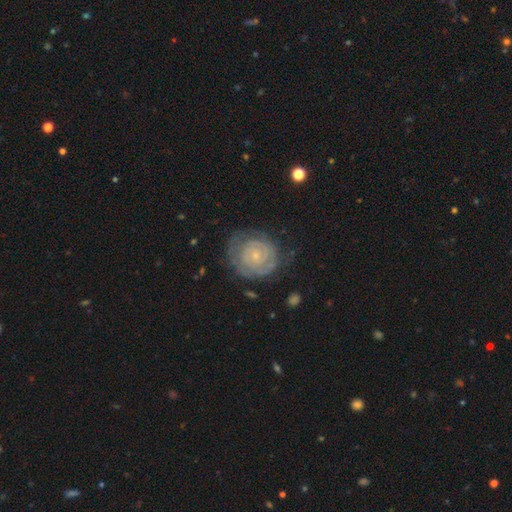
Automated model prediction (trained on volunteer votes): Q: Smooth or featured?
A: featured or disk (72%); runner-up: smooth (21%)
Q: Edge-on disk?
A: no (98%); runner-up: yes (2%)
Q: Bar?
A: no (78%); runner-up: weak (18%)
Q: Spiral arms?
A: yes (82%); runner-up: no (18%)
Q: Spiral winding?
A: tight (80%); runner-up: medium (15%)
Q: Spiral arm count?
A: can't tell (48%); runner-up: 2 (26%)
Q: Bulge size?
A: small (80%); runner-up: moderate (14%)
Q: Merging?
A: none (69%); runner-up: minor disturbance (19%)